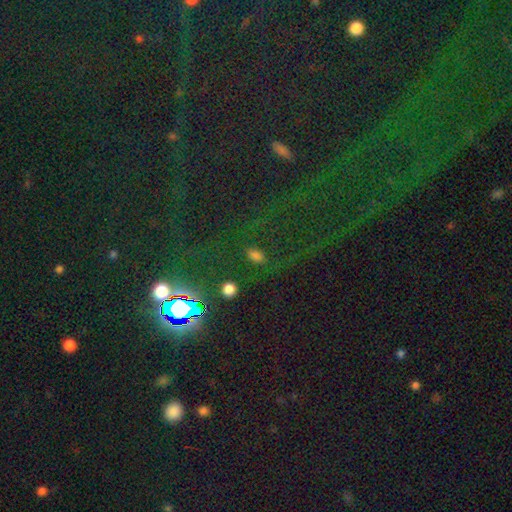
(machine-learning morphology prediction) A smooth galaxy with no disk features (60%) that is in between round and cigar-shaped (81%). Merging: none (80%).